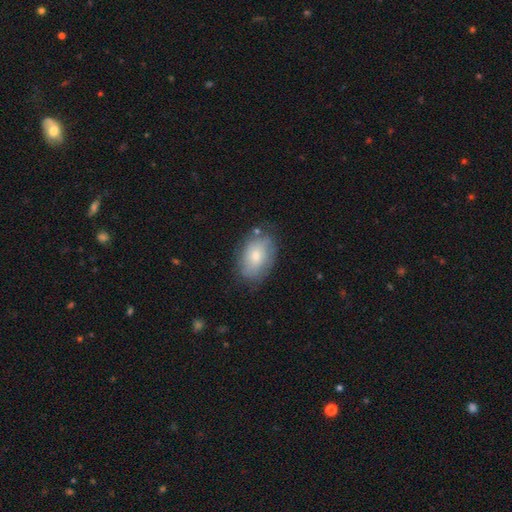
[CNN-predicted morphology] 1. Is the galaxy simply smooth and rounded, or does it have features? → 65% smooth, 28% featured or disk, 7% star or artifact.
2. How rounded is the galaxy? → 87% in between, 11% round, 1% cigar-shaped.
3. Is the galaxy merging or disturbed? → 70% none, 22% minor disturbance, 6% major disturbance, 2% merger.